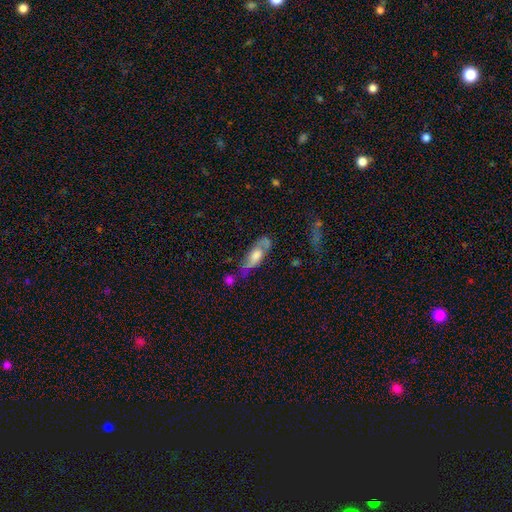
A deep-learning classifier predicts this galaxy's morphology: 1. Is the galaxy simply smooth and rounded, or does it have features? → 58% featured or disk, 33% smooth, 9% star or artifact.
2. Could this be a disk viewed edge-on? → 58% no, 42% yes.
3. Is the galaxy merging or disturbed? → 53% none, 23% minor disturbance, 13% major disturbance, 11% merger.